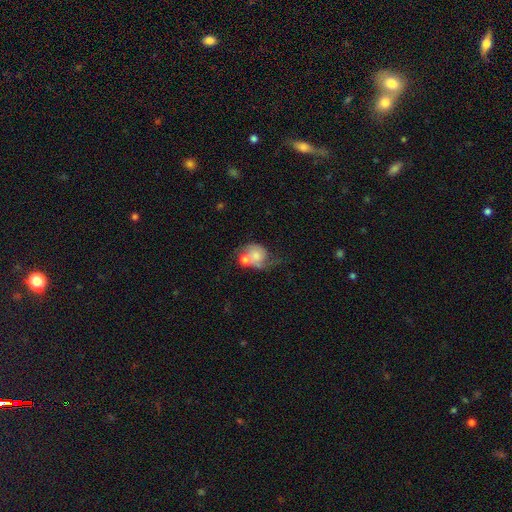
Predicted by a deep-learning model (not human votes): This is possibly a featured or disk galaxy (51%). It is clearly not viewed edge-on (97%). Merging: marginally merger (37%).